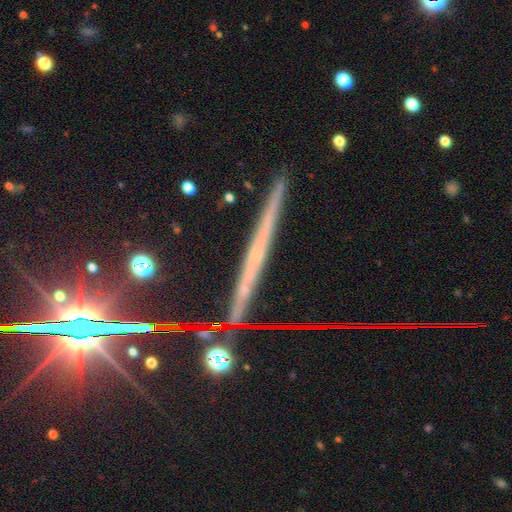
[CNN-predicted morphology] smooth_or_featured: featured or disk (p=0.59) [alt: star or artifact p=0.22]
disk_edge_on: yes (p=0.96) [alt: no p=0.04]
edge_on_bulge: none (p=0.76) [alt: rounded p=0.18]
merging: none (p=0.85) [alt: minor disturbance p=0.10]